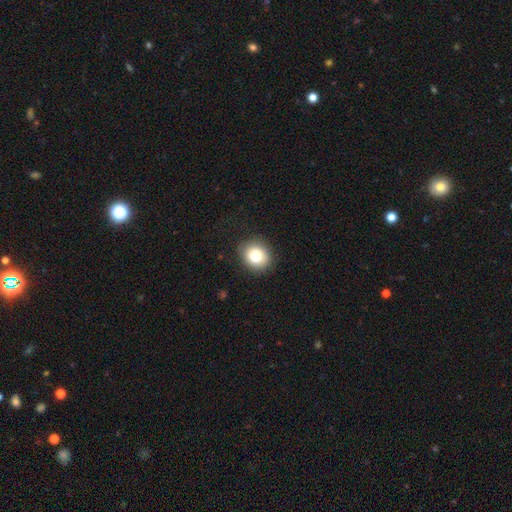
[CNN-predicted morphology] Smooth or featured? Predicted: smooth (p=0.80). How rounded? Predicted: round (p=0.72). Merging? Predicted: none (p=0.88).